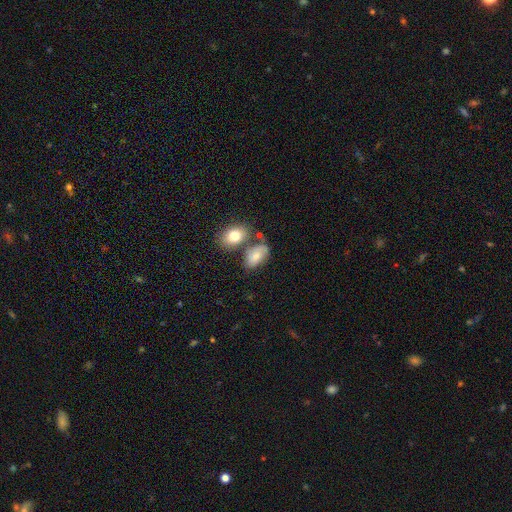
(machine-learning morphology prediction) smooth-or-featured: smooth: 69% | featured or disk: 23% | star or artifact: 9%
  how-rounded: in between: 88% | round: 10% | cigar-shaped: 2%
  merging: none: 51% | merger: 22% | minor disturbance: 20% | major disturbance: 7%